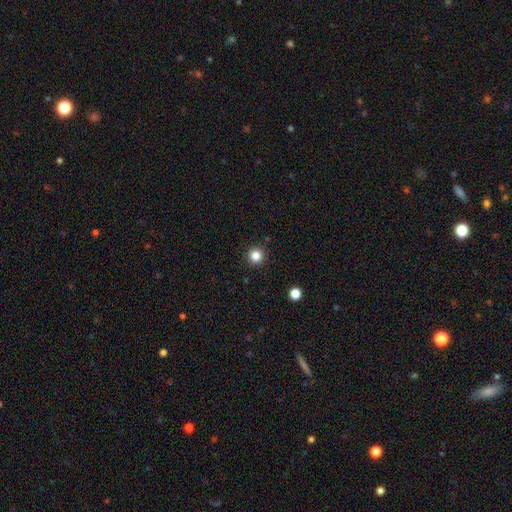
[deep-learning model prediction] This appears to be a smooth galaxy with no disk features (84%) that is round (95%). Merging: none (92%).